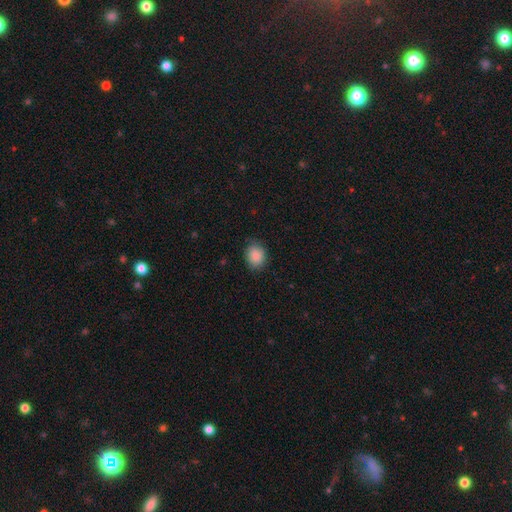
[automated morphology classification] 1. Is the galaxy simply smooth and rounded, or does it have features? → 88% smooth, 8% star or artifact, 4% featured or disk.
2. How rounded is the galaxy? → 55% round, 44% in between, 1% cigar-shaped.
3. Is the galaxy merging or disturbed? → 80% none, 16% minor disturbance, 3% major disturbance, 1% merger.